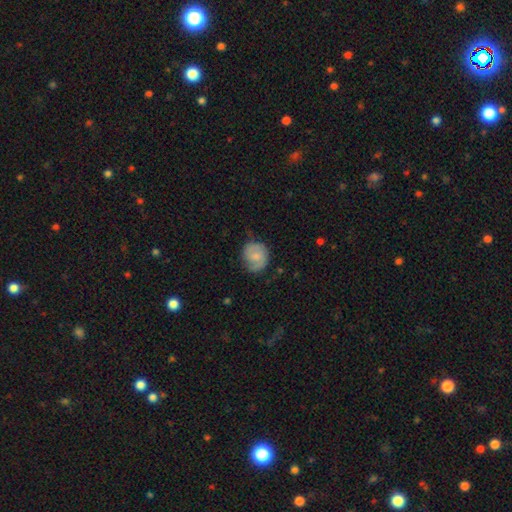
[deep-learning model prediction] Overall: smooth (48%; featured or disk 45%). Merging: none (67%).